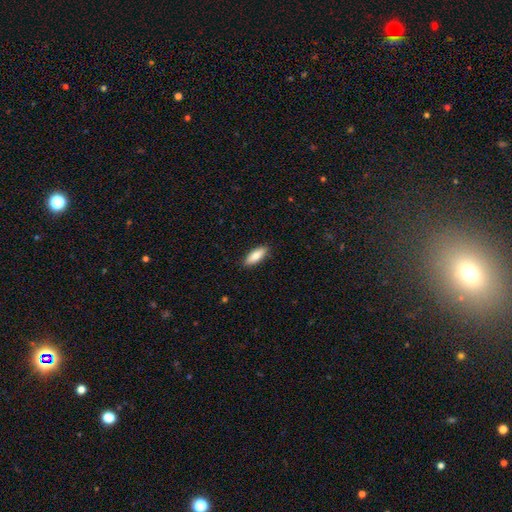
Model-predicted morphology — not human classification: This is clearly a smooth galaxy (83%). How rounded: likely in between (64%). Merging: clearly none (89%).